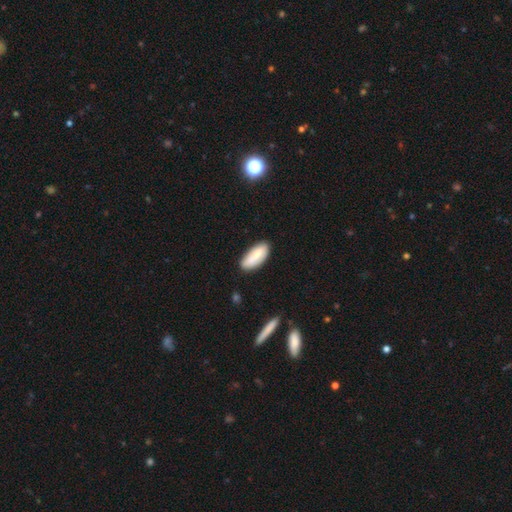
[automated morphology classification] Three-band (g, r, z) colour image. It shows a smooth galaxy with no disk features (73%) that is in between round and cigar-shaped (86%). Merging: none (76%).